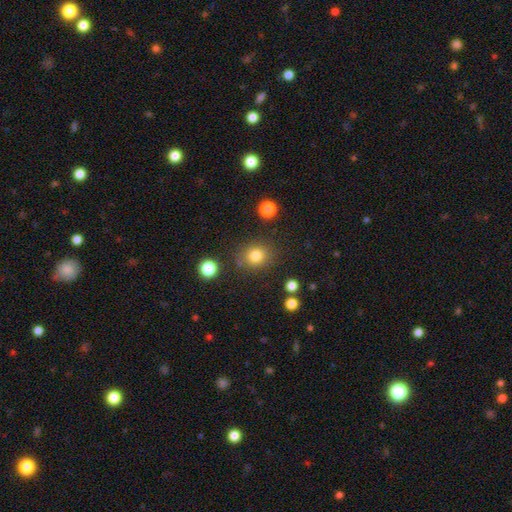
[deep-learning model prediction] A smooth galaxy with no disk features (81%) that is round (81%). Merging: none (81%).